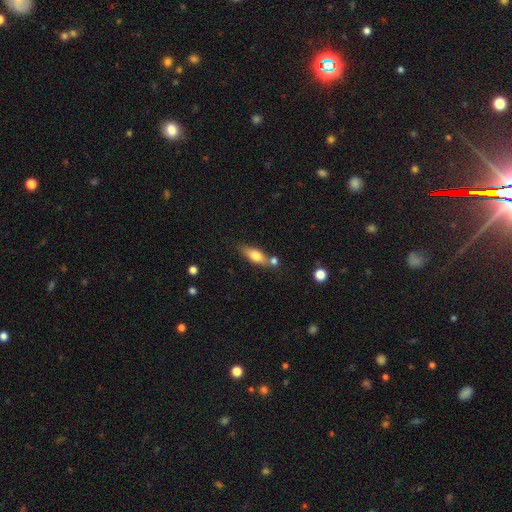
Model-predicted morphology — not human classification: This appears to be a smooth galaxy with no disk features (70%) that is in between round and cigar-shaped (62%). Merging: none (57%).